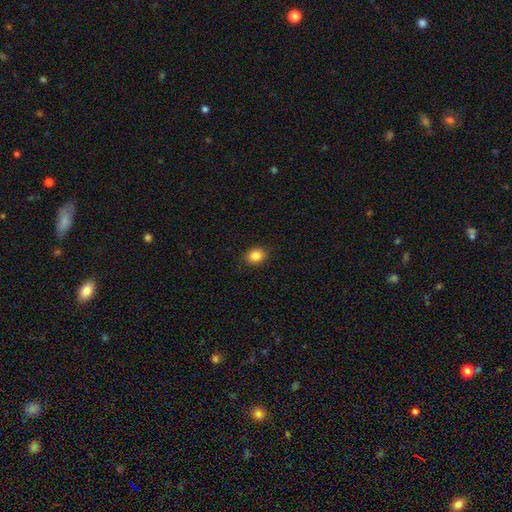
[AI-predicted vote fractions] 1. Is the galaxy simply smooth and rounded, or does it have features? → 85% smooth, 10% star or artifact, 5% featured or disk.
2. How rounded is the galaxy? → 51% round, 48% in between, 1% cigar-shaped.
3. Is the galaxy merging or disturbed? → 89% none, 8% minor disturbance, 2% major disturbance, 1% merger.